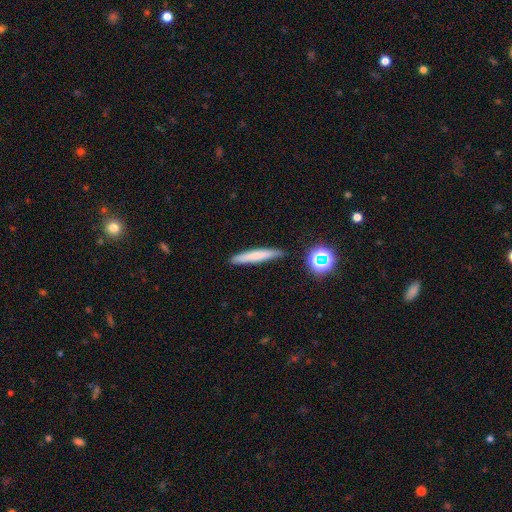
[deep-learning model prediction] smooth 68%, featured or disk 23%, star or artifact 9%. Down the decision tree: how rounded — cigar-shaped (93%); merging — none (88%).